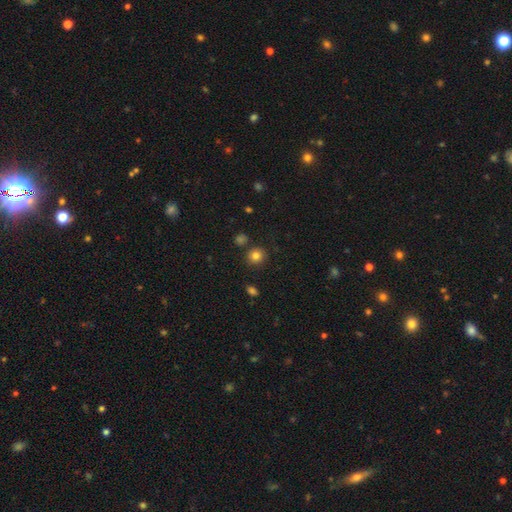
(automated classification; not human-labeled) smooth_or_featured: smooth (p=0.82) [alt: star or artifact p=0.12]
how_rounded: round (p=0.88) [alt: in between p=0.11]
merging: none (p=0.85) [alt: minor disturbance p=0.08]